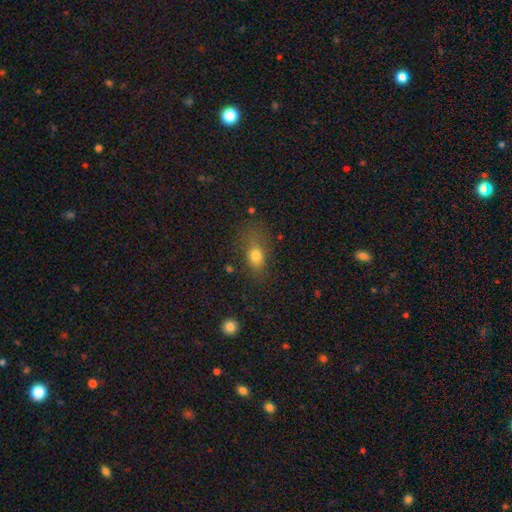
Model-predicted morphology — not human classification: type=smooth (75%); roundness=in between (67%); merging=none (57%).